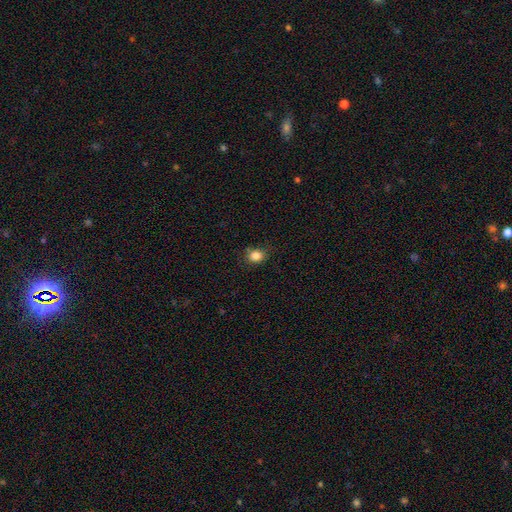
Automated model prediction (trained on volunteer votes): The model was most divided on "how rounded": round: 58%, in between: 41%, cigar-shaped: 1%. More confident: smooth or featured — smooth (84%); merging — none (80%).